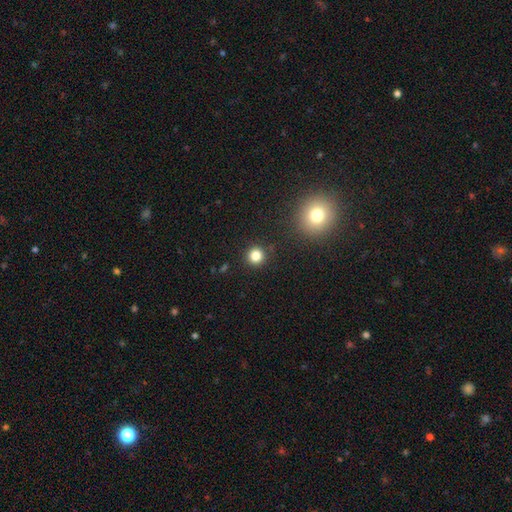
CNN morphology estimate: Smooth or featured: smooth — 81% (star or artifact — 14%)
How rounded: round — 94% (in between — 5%)
Merging: none — 92% (minor disturbance — 5%)